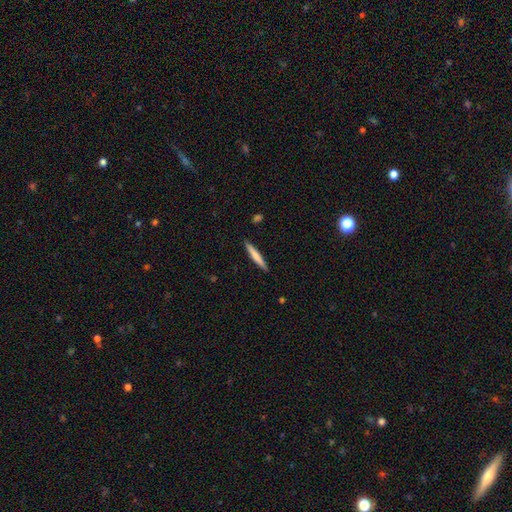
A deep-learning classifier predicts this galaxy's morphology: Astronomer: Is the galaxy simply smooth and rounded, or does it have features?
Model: smooth — 69%.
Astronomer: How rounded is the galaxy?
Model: cigar-shaped — 95%.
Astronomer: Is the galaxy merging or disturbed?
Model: none — 90%.